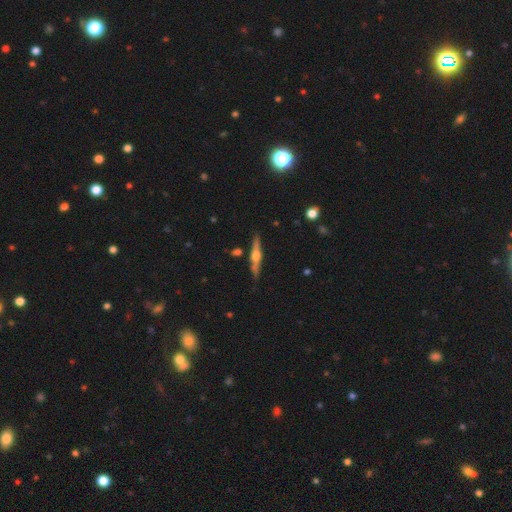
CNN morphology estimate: A featured or disk galaxy (74%) viewed edge-on (97%) with a rounded central bulge (90%). Merging: none (85%).